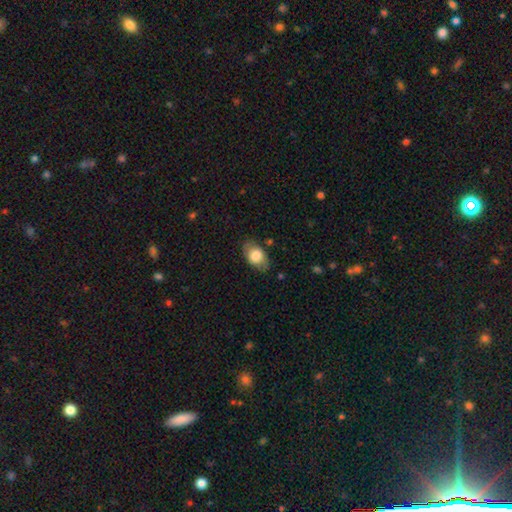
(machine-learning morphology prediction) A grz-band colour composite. It shows a smooth galaxy with no disk features (76%) that is in between round and cigar-shaped (86%). Merging: none (77%).